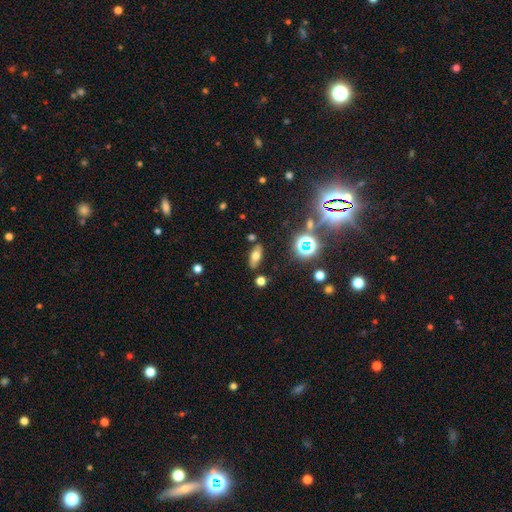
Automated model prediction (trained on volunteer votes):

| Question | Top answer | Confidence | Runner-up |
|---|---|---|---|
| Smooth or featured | smooth | 60% | featured or disk (23%) |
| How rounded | in between | 79% | cigar-shaped (14%) |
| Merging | none | 82% | minor disturbance (11%) |